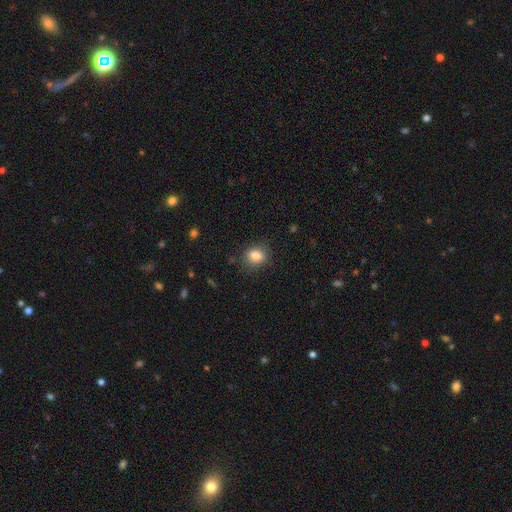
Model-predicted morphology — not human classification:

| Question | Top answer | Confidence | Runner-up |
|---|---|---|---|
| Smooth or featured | smooth | 82% | star or artifact (10%) |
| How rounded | in between | 58% | round (41%) |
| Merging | none | 83% | minor disturbance (13%) |